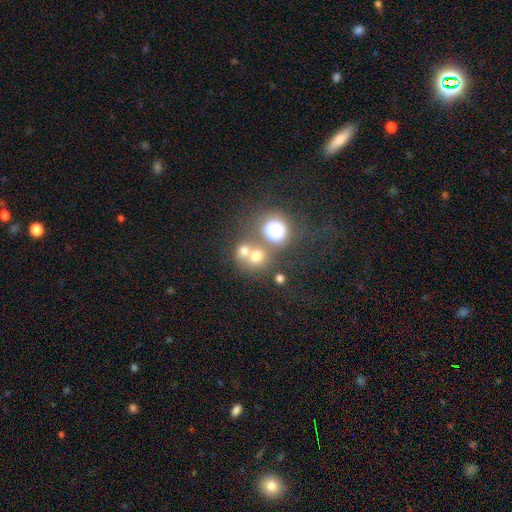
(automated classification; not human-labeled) smooth 69%, featured or disk 16%, star or artifact 15%. Down the decision tree: how rounded — round (80%); merging — merger (47%).